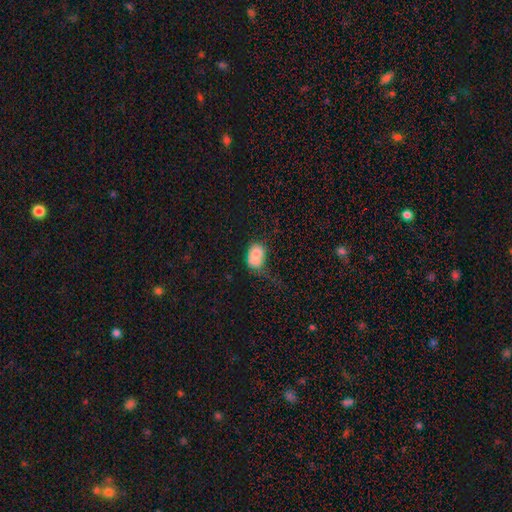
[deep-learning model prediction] Smooth or featured: smooth — 76% (featured or disk — 14%)
How rounded: in between — 69% (round — 30%)
Merging: none — 32% (minor disturbance — 30%)